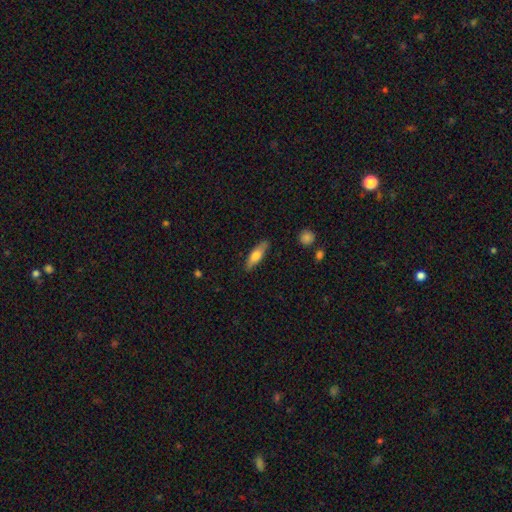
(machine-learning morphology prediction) This appears to be a smooth galaxy with no disk features (62%) that is cigar-shaped (57%). Merging: none (85%).